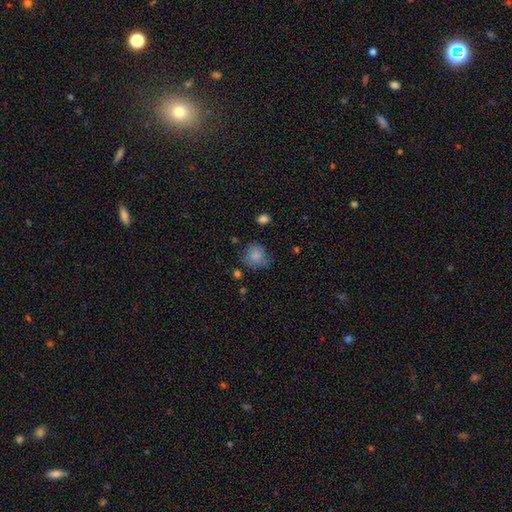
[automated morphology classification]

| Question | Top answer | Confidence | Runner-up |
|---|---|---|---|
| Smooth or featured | smooth | 82% | star or artifact (9%) |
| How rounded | round | 82% | in between (17%) |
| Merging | none | 63% | minor disturbance (25%) |